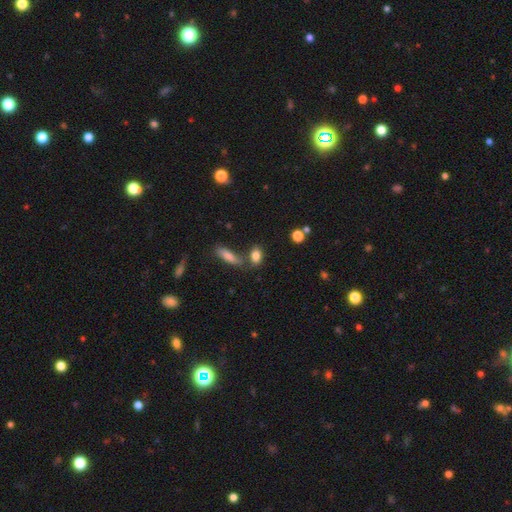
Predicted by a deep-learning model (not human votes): Q: Smooth or featured?
A: smooth (82%); runner-up: star or artifact (10%)
Q: How rounded?
A: in between (75%); runner-up: round (16%)
Q: Merging?
A: none (58%); runner-up: merger (24%)